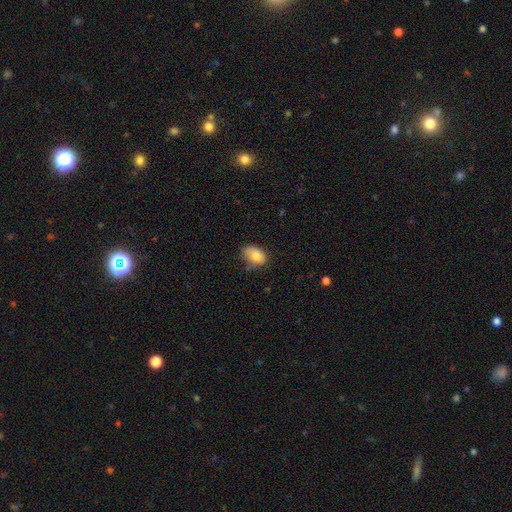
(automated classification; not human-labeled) A smooth galaxy with no disk features (82%) that is in between round and cigar-shaped (85%). Merging: none (57%).